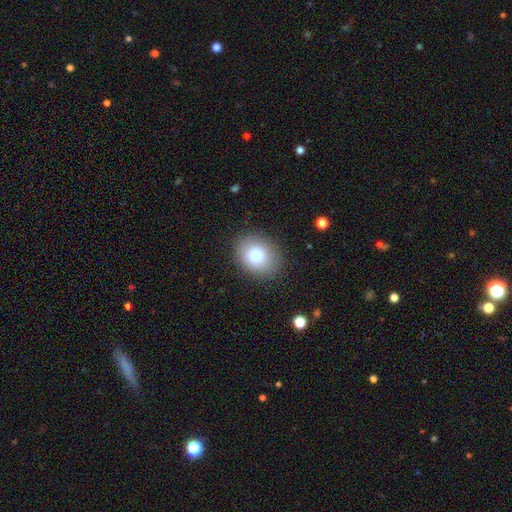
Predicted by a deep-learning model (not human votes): A smooth galaxy with no disk features (78%) that is round (55%). Merging: none (87%).